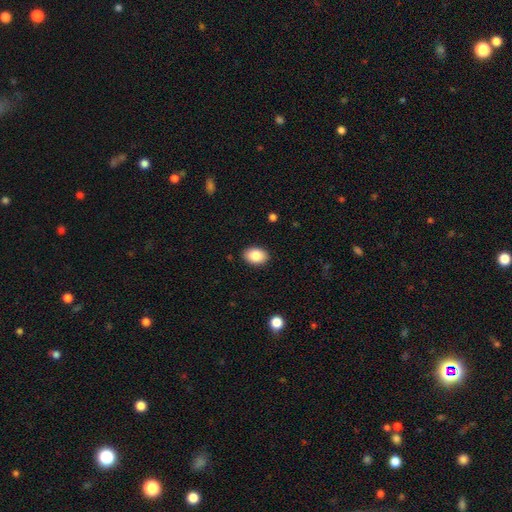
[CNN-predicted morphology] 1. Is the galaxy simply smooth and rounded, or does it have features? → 86% smooth, 8% star or artifact, 7% featured or disk.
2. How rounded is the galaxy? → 82% in between, 17% round, 1% cigar-shaped.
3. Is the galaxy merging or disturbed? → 89% none, 8% minor disturbance, 2% major disturbance, 1% merger.